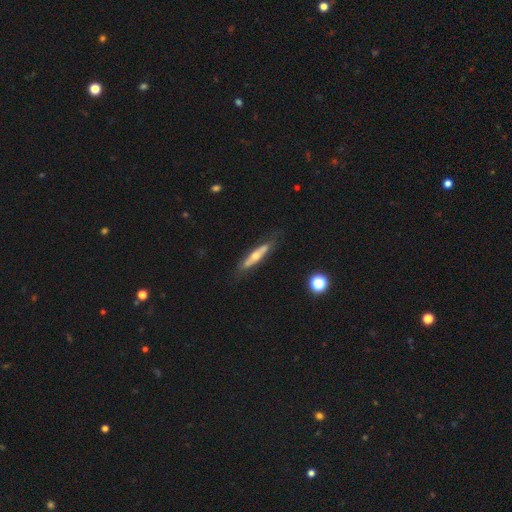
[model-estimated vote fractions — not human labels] Smooth or featured? Predicted: featured or disk (p=0.58). Edge-on disk? Predicted: yes (p=0.75). Merging? Predicted: none (p=0.74).